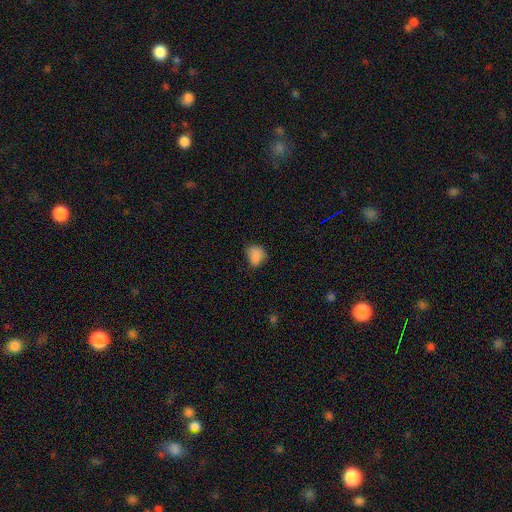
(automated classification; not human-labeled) smooth 83%, star or artifact 11%, featured or disk 6%. Down the decision tree: how rounded — in between (56%); merging — none (56%).